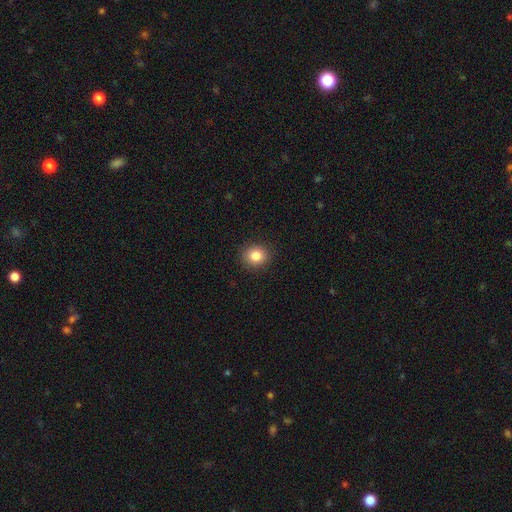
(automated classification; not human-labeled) smooth_or_featured: smooth (p=0.84) [alt: star or artifact p=0.10]
how_rounded: round (p=0.80) [alt: in between p=0.20]
merging: none (p=0.91) [alt: minor disturbance p=0.06]